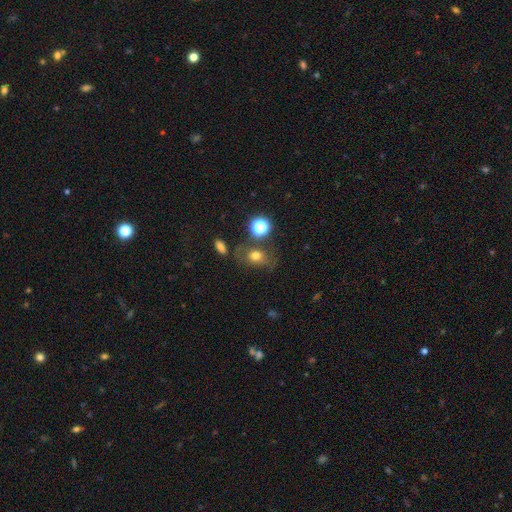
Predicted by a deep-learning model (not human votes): This is likely a smooth galaxy (66%). How rounded: possibly in between (55%). Merging: likely none (62%).